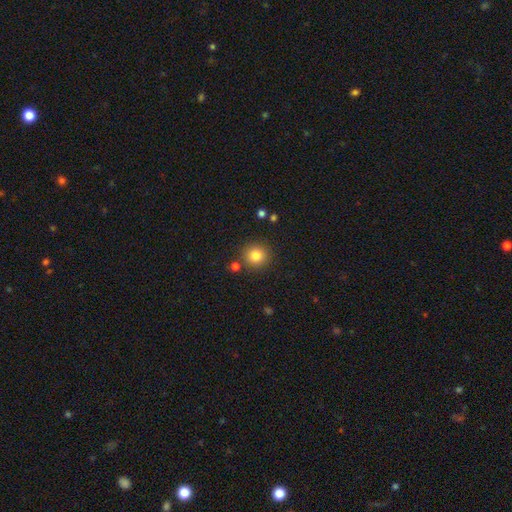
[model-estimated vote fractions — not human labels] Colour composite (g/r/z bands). It shows a smooth galaxy with no disk features (82%) that is round (92%). Merging: none (86%).